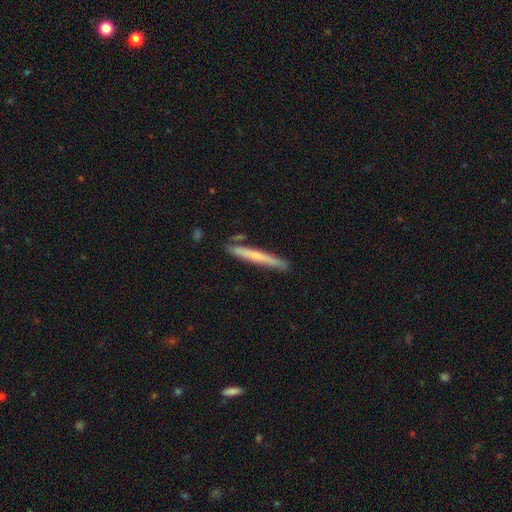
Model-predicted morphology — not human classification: Smooth or featured? Predicted: smooth (p=0.54). How rounded? Predicted: cigar-shaped (p=0.96). Merging? Predicted: none (p=0.82).